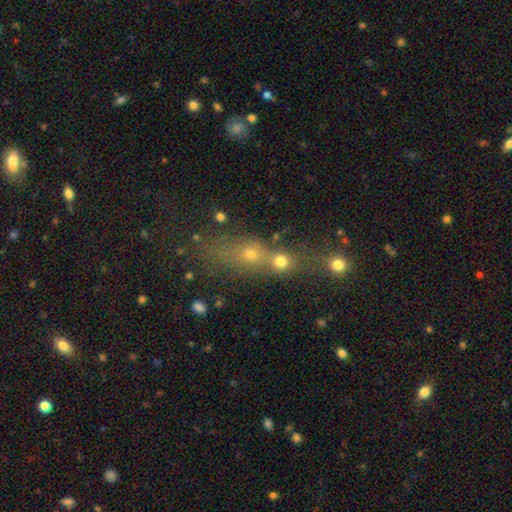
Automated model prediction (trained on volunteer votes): Smooth or featured? smooth (44%)
Merging? merger (45%)